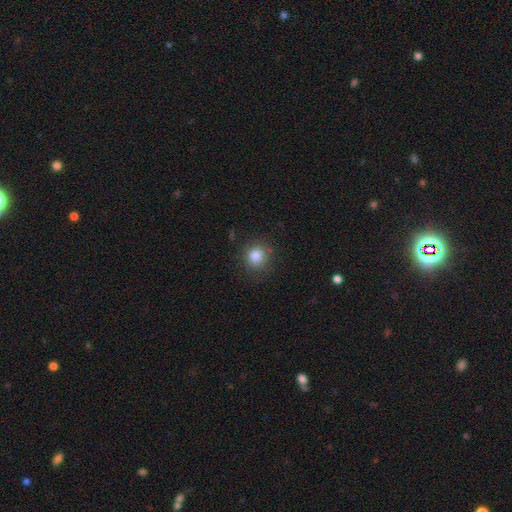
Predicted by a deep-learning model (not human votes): smooth-or-featured: smooth: 83% | star or artifact: 11% | featured or disk: 6%
  how-rounded: round: 86% | in between: 13% | cigar-shaped: 1%
  merging: none: 84% | minor disturbance: 11% | major disturbance: 4% | merger: 2%